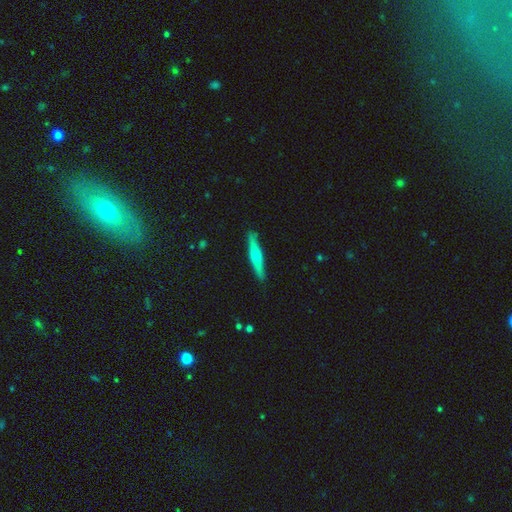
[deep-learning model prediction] Morphology: type=featured or disk (54%); edge-on=yes (96%); edge-on bulge=rounded (85%); merging=none (89%).